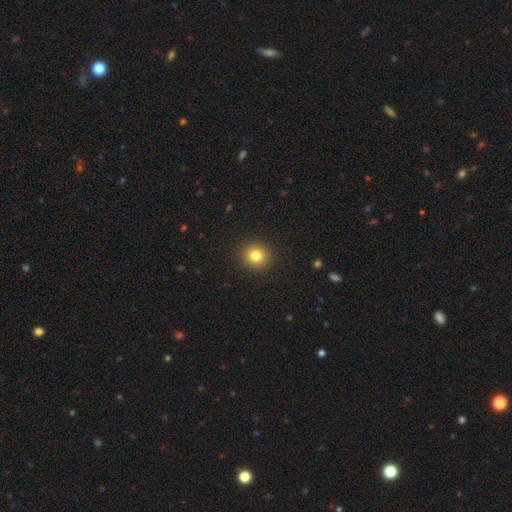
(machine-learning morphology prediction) A smooth galaxy with no disk features (81%) that is round (88%).

Vote fractions:
- Smooth or featured? smooth: 81% / star or artifact: 12% / featured or disk: 7%
- How rounded? round: 88% / in between: 11% / cigar-shaped: 1%
- Merging? none: 92% / minor disturbance: 5% / major disturbance: 2% / merger: 1%